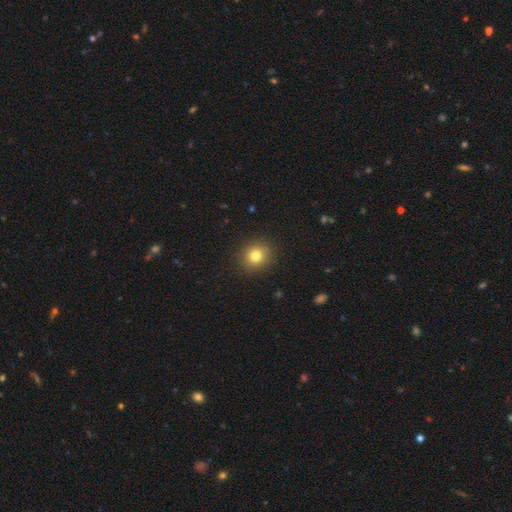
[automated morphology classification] The model was most divided on "how rounded": round: 83%, in between: 16%, cigar-shaped: 1%. More confident: merging — none (90%); smooth or featured — smooth (80%).